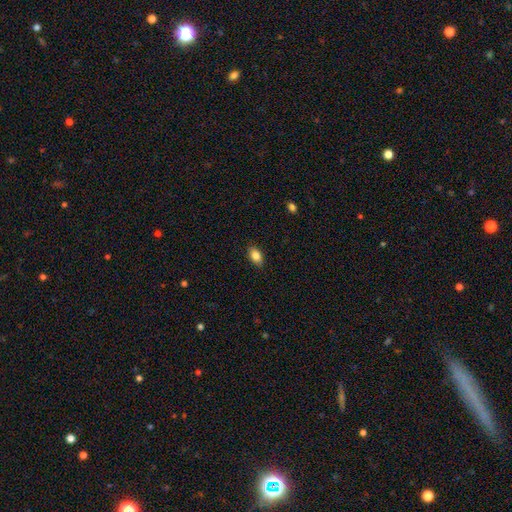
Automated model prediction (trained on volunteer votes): Q: Smooth or featured?
A: smooth (84%); runner-up: star or artifact (8%)
Q: How rounded?
A: in between (89%); runner-up: round (9%)
Q: Merging?
A: none (88%); runner-up: minor disturbance (9%)